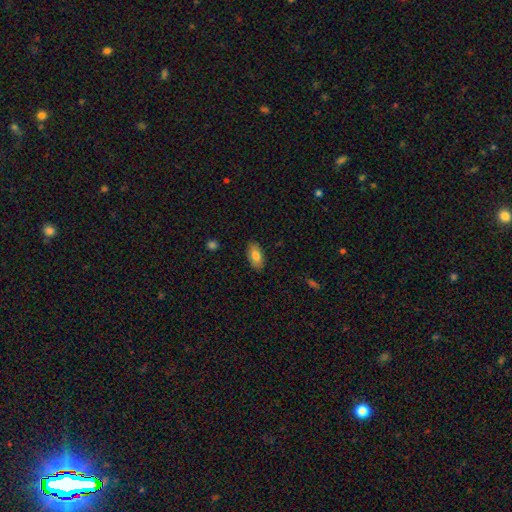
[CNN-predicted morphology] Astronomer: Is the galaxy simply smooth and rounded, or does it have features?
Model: smooth — 80%.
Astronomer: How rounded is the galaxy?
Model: in between — 92%.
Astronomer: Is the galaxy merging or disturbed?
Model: none — 87%.